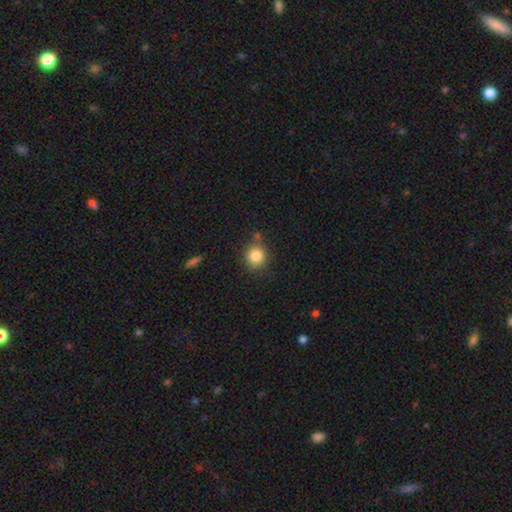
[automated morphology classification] Smooth or featured?
  - smooth: 84% *
  - star or artifact: 10%
  - featured or disk: 6%
How rounded?
  - round: 86% *
  - in between: 13%
  - cigar-shaped: 1%
Merging?
  - none: 77% *
  - minor disturbance: 12%
  - merger: 7%
  - major disturbance: 3%